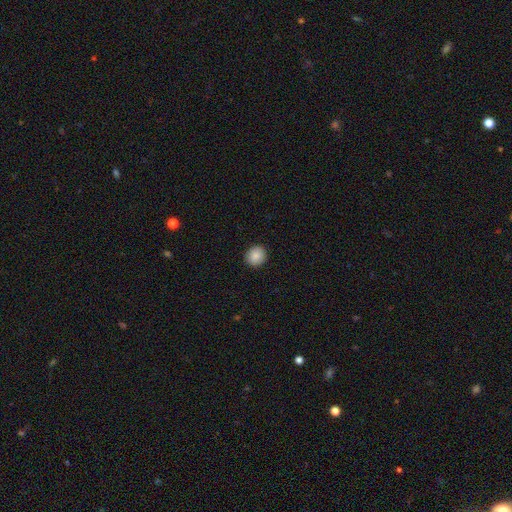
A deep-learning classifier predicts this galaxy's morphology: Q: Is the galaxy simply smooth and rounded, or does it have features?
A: smooth — 88%.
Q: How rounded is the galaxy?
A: round — 86%.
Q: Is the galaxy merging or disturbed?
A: none — 92%.